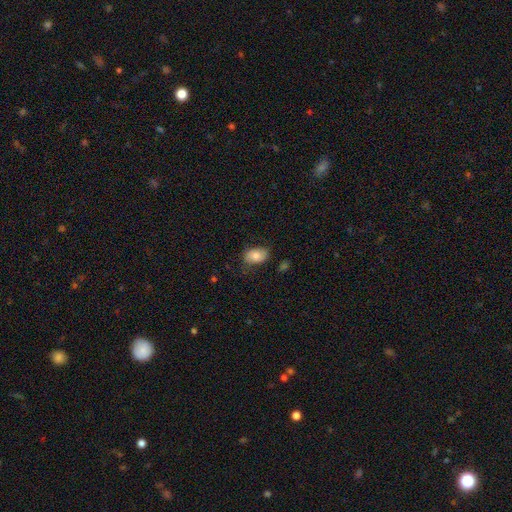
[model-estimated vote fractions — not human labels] Morphology: type=smooth (77%); roundness=in between (84%); merging=none (69%).